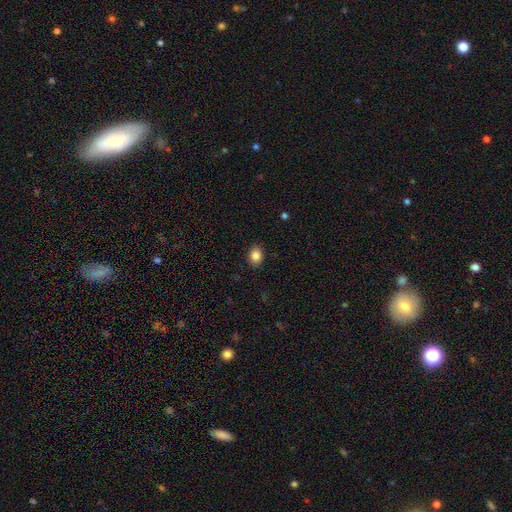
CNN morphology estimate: smooth_or_featured: smooth (p=0.86) [alt: star or artifact p=0.09]
how_rounded: in between (p=0.61) [alt: round p=0.38]
merging: none (p=0.89) [alt: minor disturbance p=0.08]